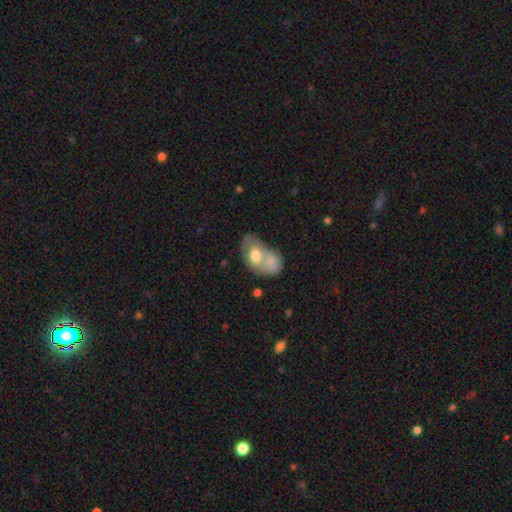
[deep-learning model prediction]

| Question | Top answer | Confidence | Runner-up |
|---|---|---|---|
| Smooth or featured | smooth | 63% | featured or disk (31%) |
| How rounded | in between | 83% | round (15%) |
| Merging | merger | 67% | none (16%) |